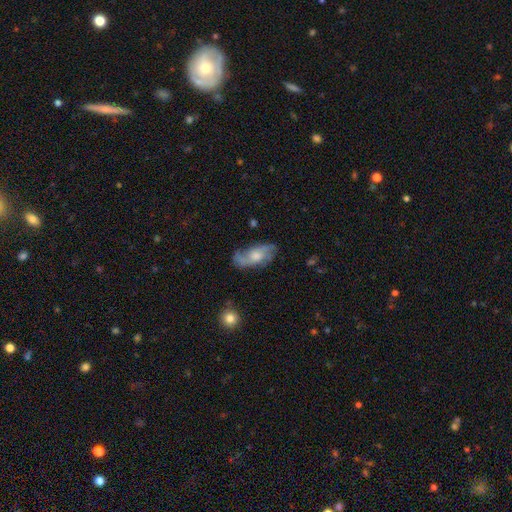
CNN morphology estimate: Smooth or featured?
  - featured or disk: 65% *
  - smooth: 28%
  - star or artifact: 7%
Edge-on disk?
  - no: 91% *
  - yes: 9%
Bar?
  - no: 68% *
  - weak: 28%
  - strong: 4%
Spiral arms?
  - yes: 88% *
  - no: 12%
Spiral winding?
  - loose: 42% * (tied)
  - medium: 42% * (tied)
  - tight: 16%
Spiral arm count?
  - 2: 71% *
  - can't tell: 14%
  - 3: 6%
  - 1: 5%
  - 4: 2%
  - more than 4: 2%
Bulge size?
  - moderate: 51% *
  - small: 22%
  - large: 17%
  - none: 7%
  - dominant: 2%
Merging?
  - none: 64% *
  - minor disturbance: 23%
  - major disturbance: 11%
  - merger: 2%